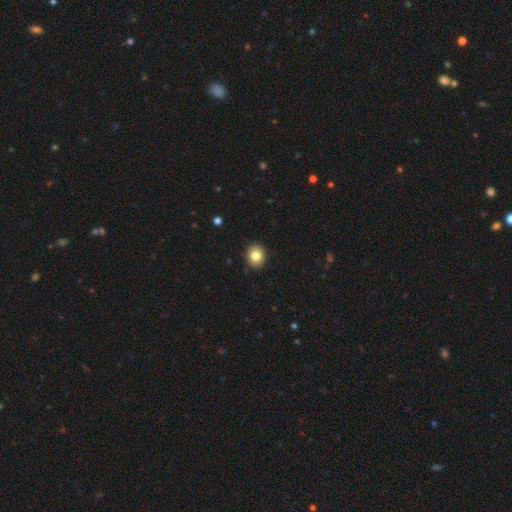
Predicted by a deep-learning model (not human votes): A smooth galaxy with no disk features (82%) that is round (67%).

Vote fractions:
- Smooth or featured? smooth: 82% / star or artifact: 9% / featured or disk: 8%
- How rounded? round: 67% / in between: 32% / cigar-shaped: 1%
- Merging? none: 91% / minor disturbance: 6% / major disturbance: 2% / merger: 1%